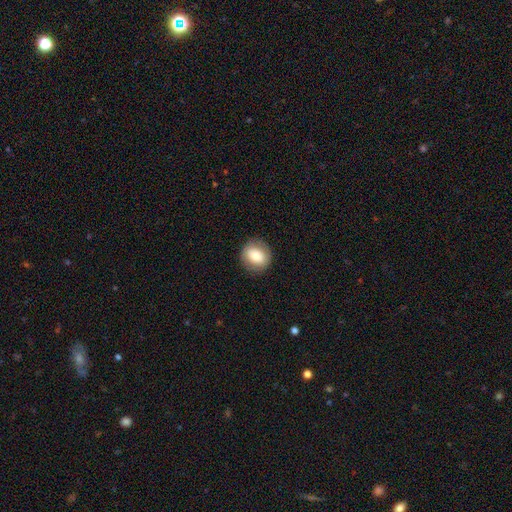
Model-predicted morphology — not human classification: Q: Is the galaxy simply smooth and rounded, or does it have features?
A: smooth — 73%.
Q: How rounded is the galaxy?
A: round — 75%.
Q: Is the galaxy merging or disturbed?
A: none — 86%.